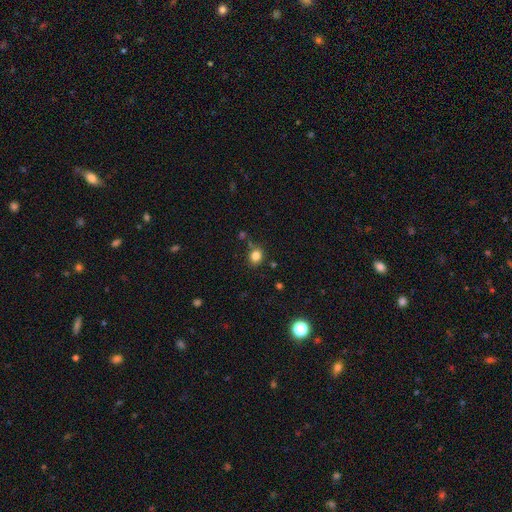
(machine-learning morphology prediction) smooth 82%, star or artifact 12%, featured or disk 5%. Down the decision tree: how rounded — round (66%); merging — none (75%).